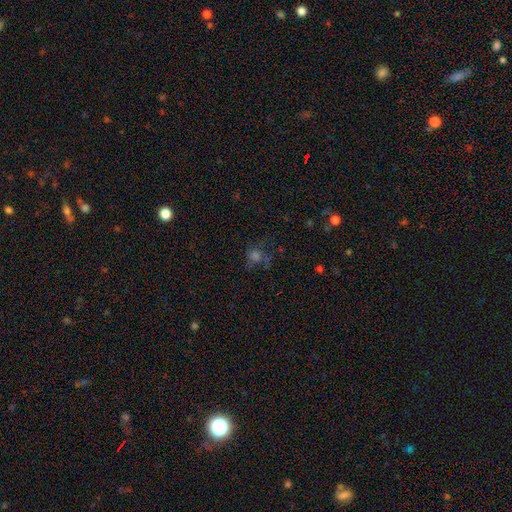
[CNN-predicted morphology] type=smooth (49%); merging=none (62%).